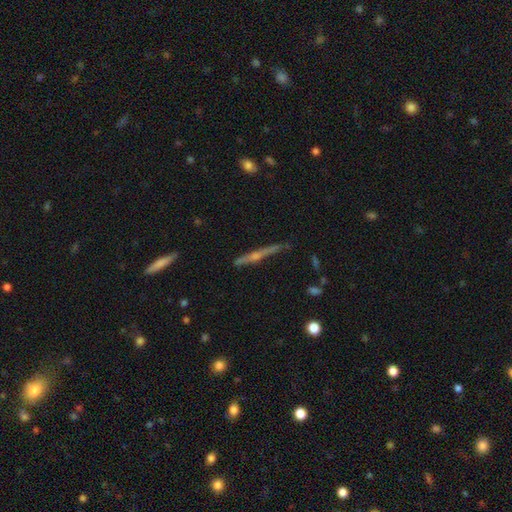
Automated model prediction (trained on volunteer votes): Smooth or featured? Predicted: featured or disk (p=0.73). Edge-on disk? Predicted: yes (p=0.96). Edge-on bulge? Predicted: rounded (p=0.78). Merging? Predicted: none (p=0.80).